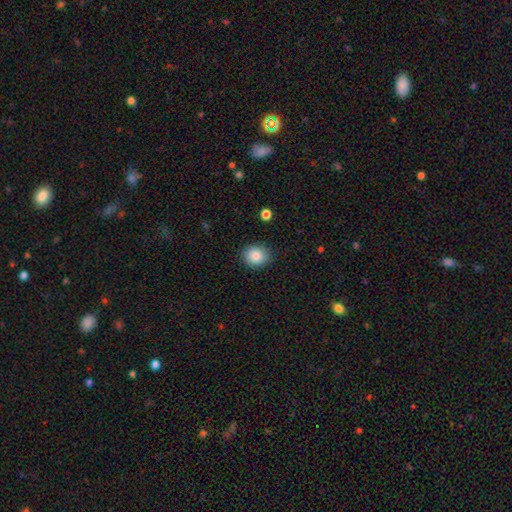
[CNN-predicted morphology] Smooth or featured? Predicted: smooth (p=0.85). How rounded? Predicted: round (p=0.70). Merging? Predicted: none (p=0.87).